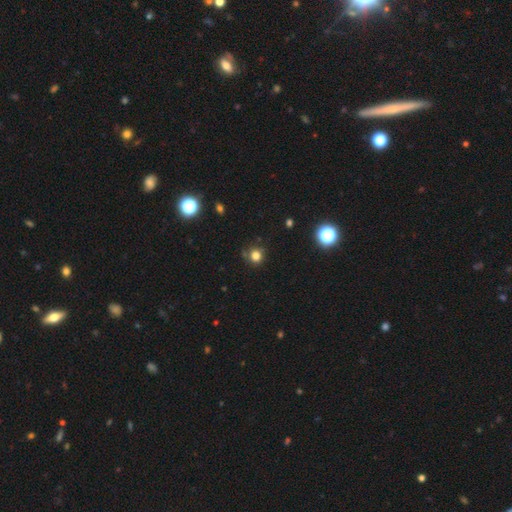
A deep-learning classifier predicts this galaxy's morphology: The model was most divided on "merging": none: 77%, minor disturbance: 15%, major disturbance: 4%, merger: 3%. More confident: how rounded — round (89%); smooth or featured — smooth (78%).